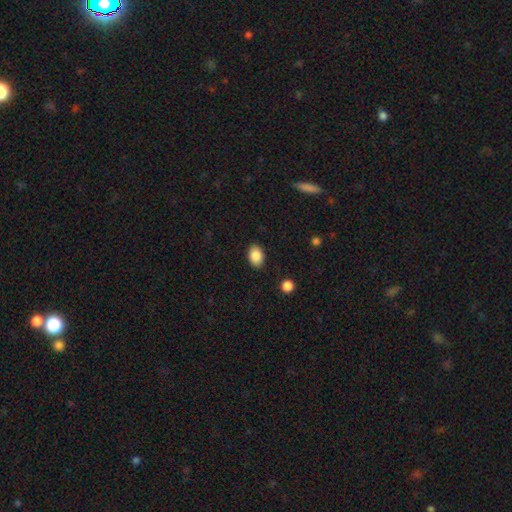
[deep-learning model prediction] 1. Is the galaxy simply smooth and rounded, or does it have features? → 87% smooth, 8% star or artifact, 5% featured or disk.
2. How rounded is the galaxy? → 83% in between, 16% round, 1% cigar-shaped.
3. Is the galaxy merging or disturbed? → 88% none, 9% minor disturbance, 2% major disturbance, 1% merger.